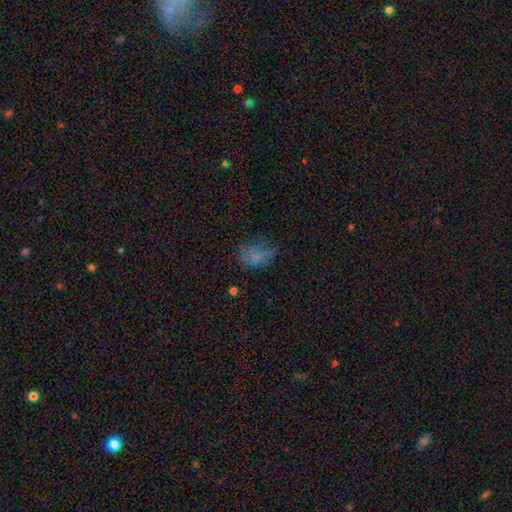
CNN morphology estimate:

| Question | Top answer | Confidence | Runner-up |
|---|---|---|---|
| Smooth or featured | smooth | 68% | star or artifact (18%) |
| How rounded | in between | 77% | round (21%) |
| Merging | none | 50% | minor disturbance (28%) |